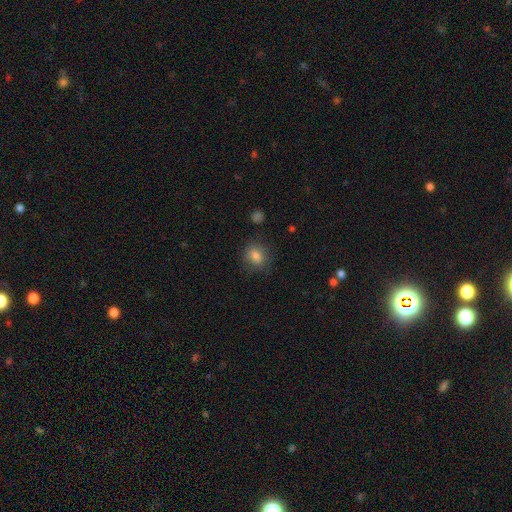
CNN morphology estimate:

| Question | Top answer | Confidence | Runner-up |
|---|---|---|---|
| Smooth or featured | smooth | 80% | star or artifact (10%) |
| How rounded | in between | 49% | tied: round (49%) |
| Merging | none | 79% | minor disturbance (14%) |